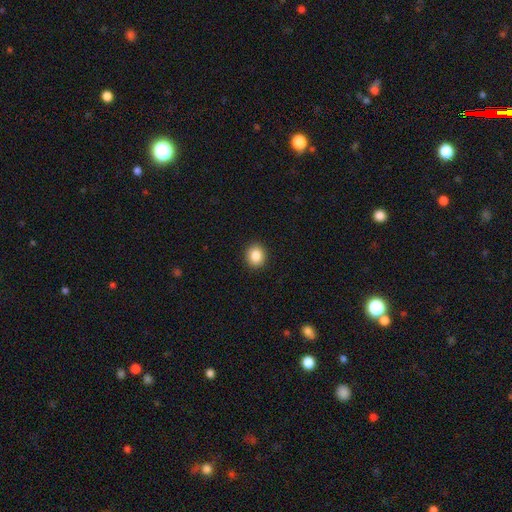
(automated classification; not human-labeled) This is clearly a smooth galaxy (86%). How rounded: likely round (79%). Merging: clearly none (92%).